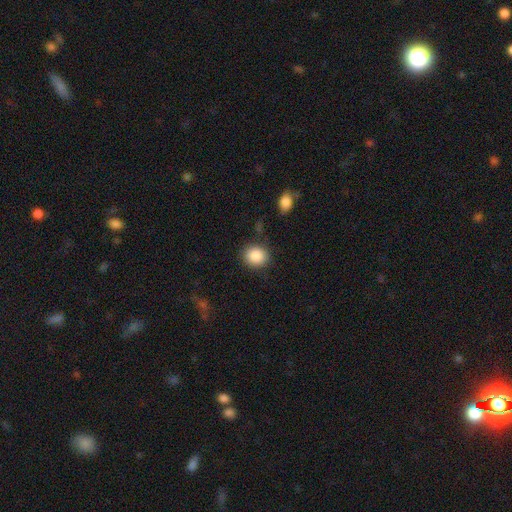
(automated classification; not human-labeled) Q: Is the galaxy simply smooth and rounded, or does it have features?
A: smooth — 88%.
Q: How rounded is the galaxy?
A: round — 74%.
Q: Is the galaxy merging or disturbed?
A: none — 85%.